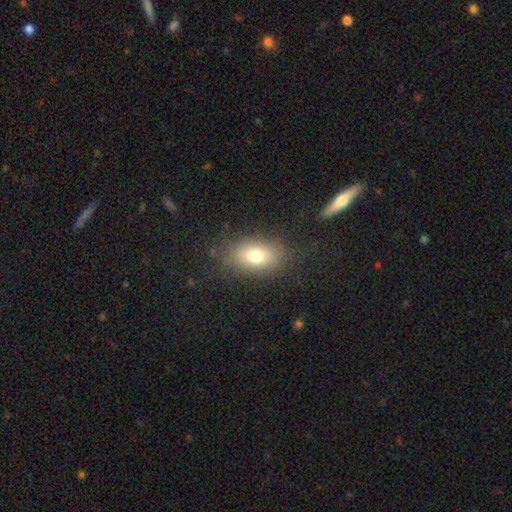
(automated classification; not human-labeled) Smooth or featured? smooth (75%)
How rounded? in between (83%)
Merging? none (80%)